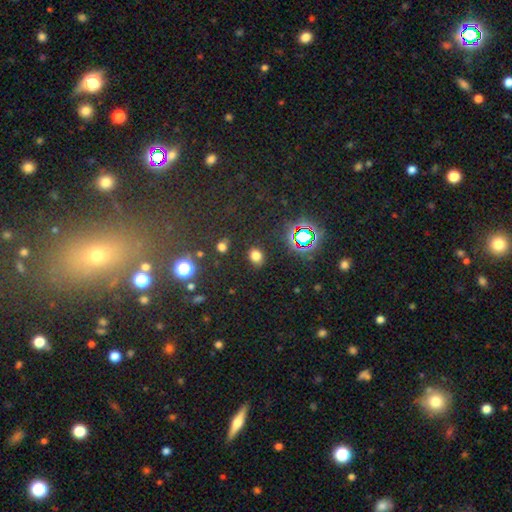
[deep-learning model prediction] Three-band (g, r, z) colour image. It shows a smooth galaxy with no disk features (71%) that is in between round and cigar-shaped (52%). Merging: none (85%).